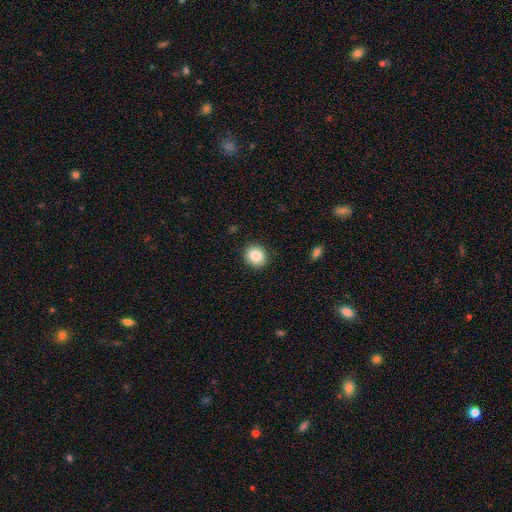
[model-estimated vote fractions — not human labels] smooth 87%, star or artifact 8%, featured or disk 5%. Down the decision tree: how rounded — round (77%); merging — none (89%).